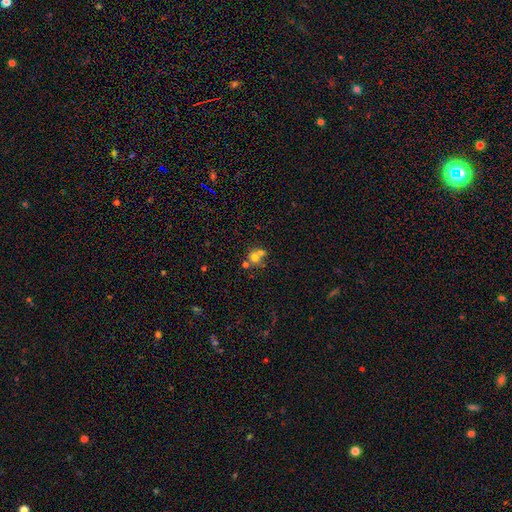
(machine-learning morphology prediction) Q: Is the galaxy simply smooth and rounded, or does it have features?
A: smooth — 64%.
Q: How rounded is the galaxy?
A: round — 78%.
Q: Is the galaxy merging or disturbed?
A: merger — 55%.